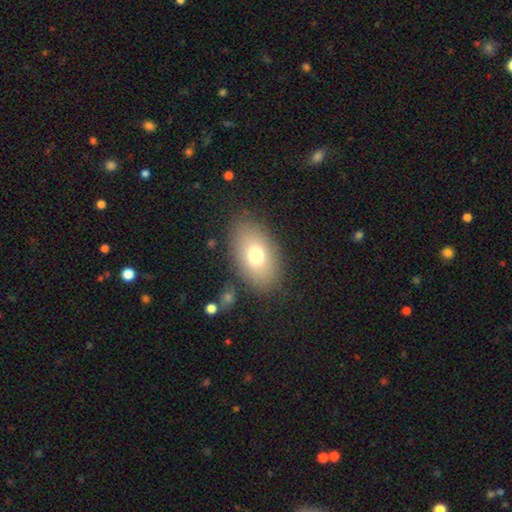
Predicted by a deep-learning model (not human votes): Smooth or featured? smooth (73%)
How rounded? in between (89%)
Merging? none (82%)